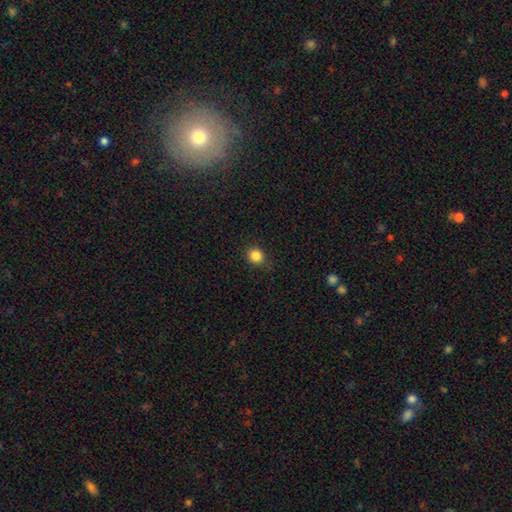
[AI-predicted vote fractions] Smooth or featured? smooth (84%)
How rounded? round (82%)
Merging? none (82%)